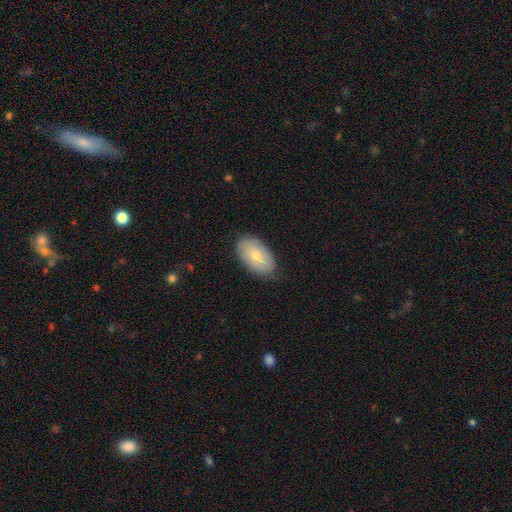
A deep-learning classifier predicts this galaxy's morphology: This is likely a smooth galaxy (72%). How rounded: clearly in between (93%). Merging: likely none (78%).